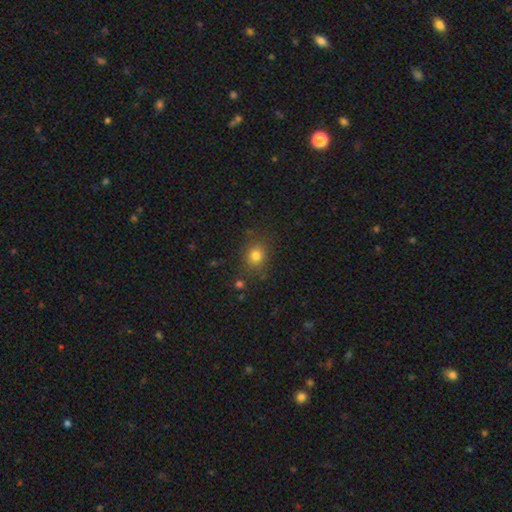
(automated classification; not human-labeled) Overall: smooth (79%). How rounded: round (71%). Merging: none (82%).